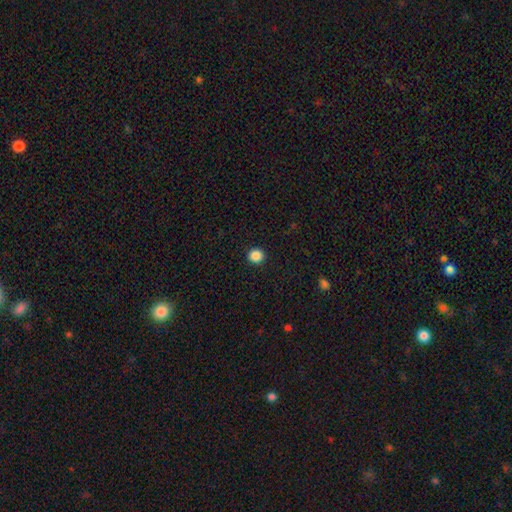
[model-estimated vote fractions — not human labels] smooth-or-featured: smooth: 87% | star or artifact: 10% | featured or disk: 3%
  how-rounded: round: 92% | in between: 7% | cigar-shaped: 1%
  merging: none: 93% | minor disturbance: 5% | major disturbance: 2% | merger: 1%